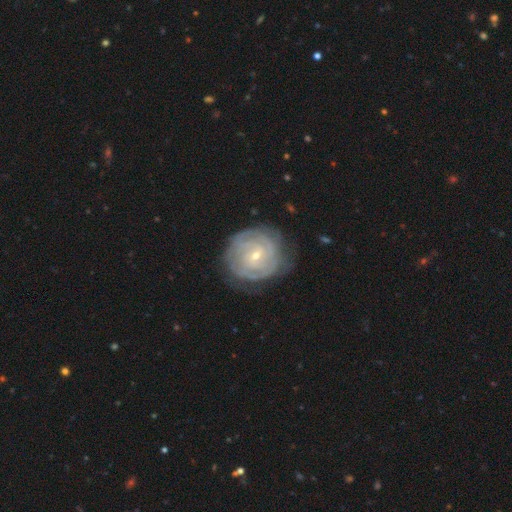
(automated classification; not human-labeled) Overall: featured or disk (81%). Edge-on disk: no (97%). Bar: no (46%; weak 44%). Spiral arms: yes (91%). Spiral arm count: can't tell (47%; 2 17%). Spiral winding: tight (80%). Bulge size: small (74%). Merging: none (74%).